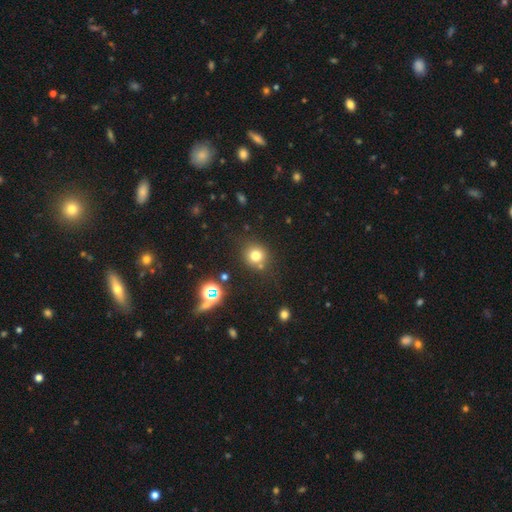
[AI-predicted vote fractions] A smooth galaxy with no disk features (73%) that is round (87%).

Vote fractions:
- Smooth or featured? smooth: 73% / star or artifact: 18% / featured or disk: 9%
- How rounded? round: 87% / in between: 12% / cigar-shaped: 1%
- Merging? none: 75% / minor disturbance: 11% / merger: 10% / major disturbance: 4%